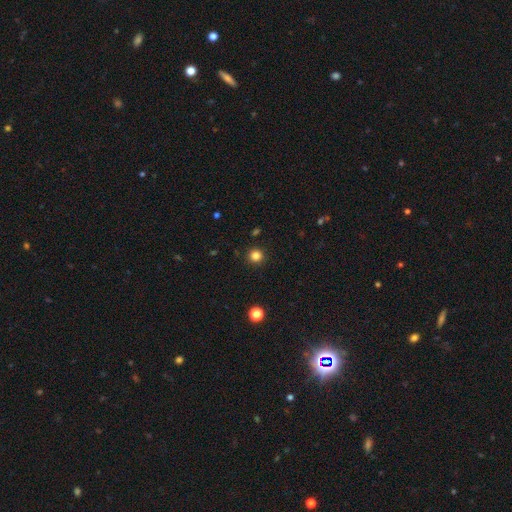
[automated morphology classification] Q: Smooth or featured?
A: smooth (83%); runner-up: star or artifact (14%)
Q: How rounded?
A: round (95%); runner-up: in between (4%)
Q: Merging?
A: none (92%); runner-up: minor disturbance (5%)